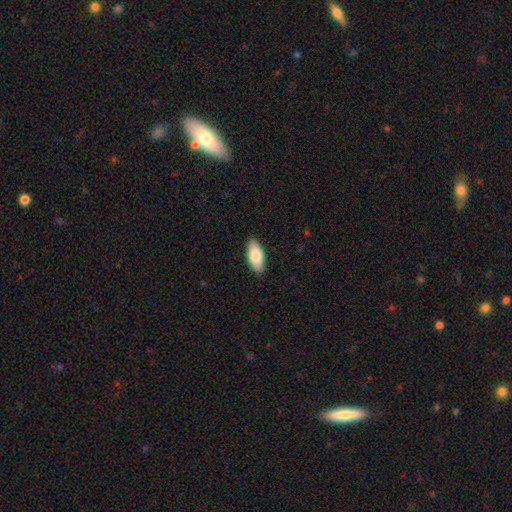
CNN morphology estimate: Smooth or featured: smooth — 83% (featured or disk — 12%)
How rounded: in between — 87% (cigar-shaped — 11%)
Merging: none — 89% (minor disturbance — 8%)